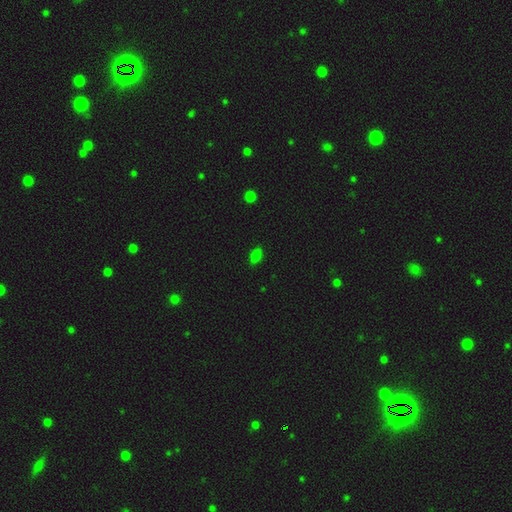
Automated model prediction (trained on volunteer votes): This is likely a smooth galaxy (77%). How rounded: clearly in between (86%). Merging: clearly none (85%).